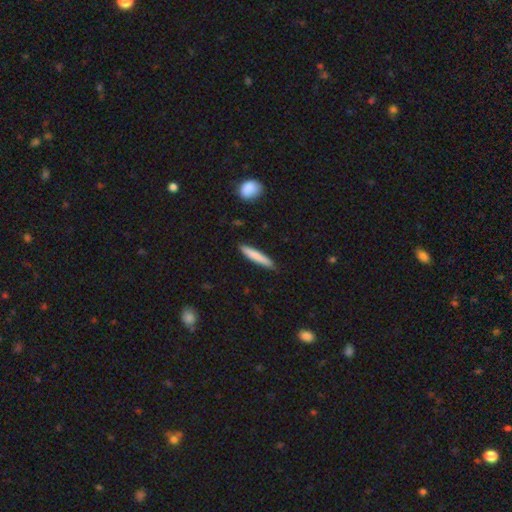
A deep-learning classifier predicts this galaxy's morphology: Smooth or featured? Predicted: smooth (p=0.79). How rounded? Predicted: cigar-shaped (p=0.93). Merging? Predicted: none (p=0.87).